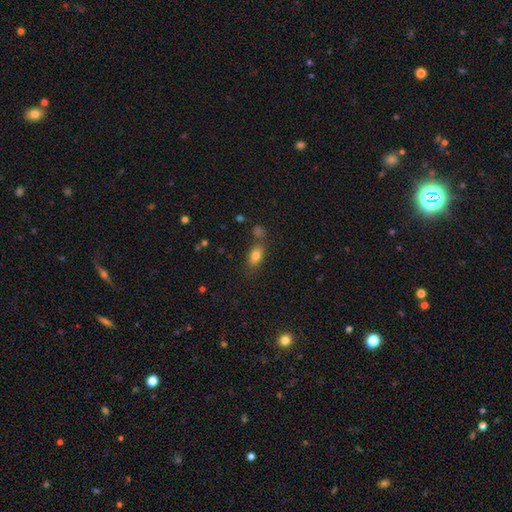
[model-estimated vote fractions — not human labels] Smooth or featured: smooth — 80% (star or artifact — 10%)
How rounded: in between — 85% (round — 9%)
Merging: none — 67% (minor disturbance — 14%)